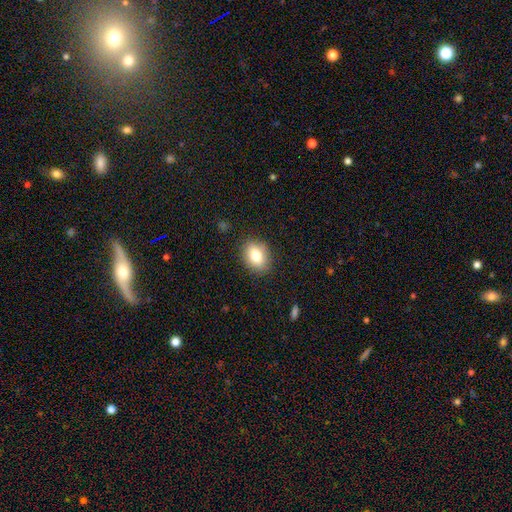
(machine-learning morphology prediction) Overall: smooth (79%). How rounded: in between (70%). Merging: none (86%).